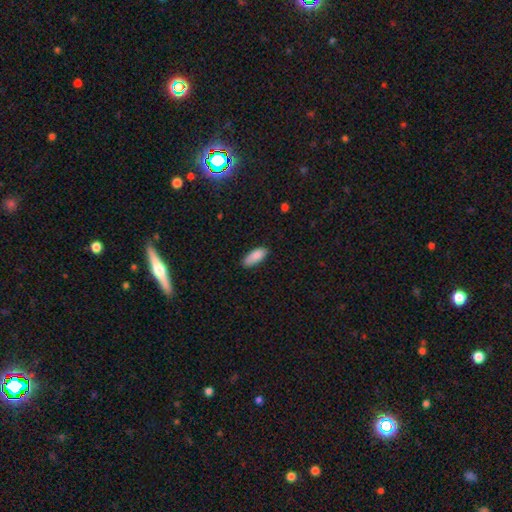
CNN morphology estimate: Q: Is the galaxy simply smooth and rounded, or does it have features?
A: smooth — 87%.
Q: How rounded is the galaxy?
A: in between — 83%.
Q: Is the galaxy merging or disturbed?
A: none — 79%.